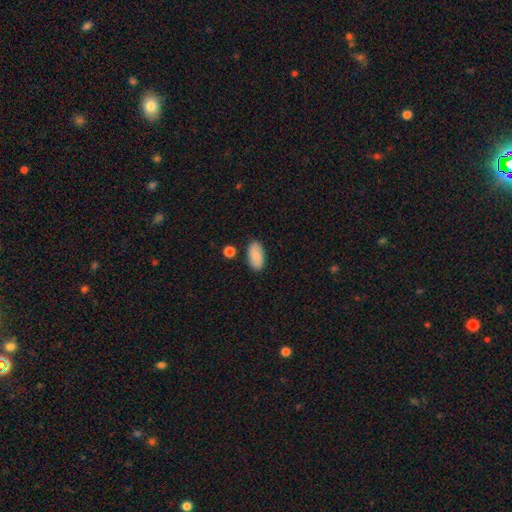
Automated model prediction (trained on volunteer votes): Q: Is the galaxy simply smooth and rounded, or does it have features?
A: smooth — 86%.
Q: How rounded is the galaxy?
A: in between — 93%.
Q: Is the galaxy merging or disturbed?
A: none — 83%.